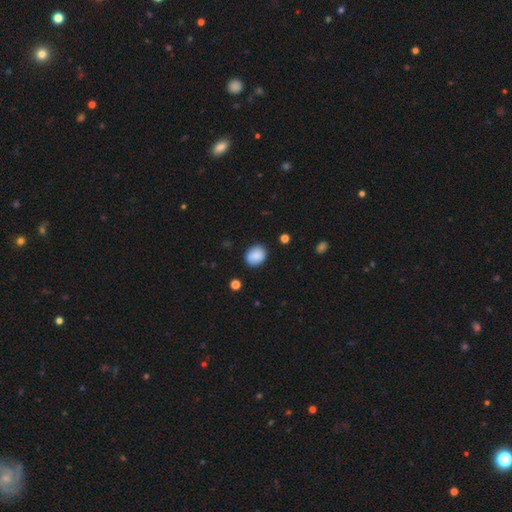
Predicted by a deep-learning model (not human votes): A smooth galaxy with no disk features (86%) that is round (53%). Merging: none (85%).